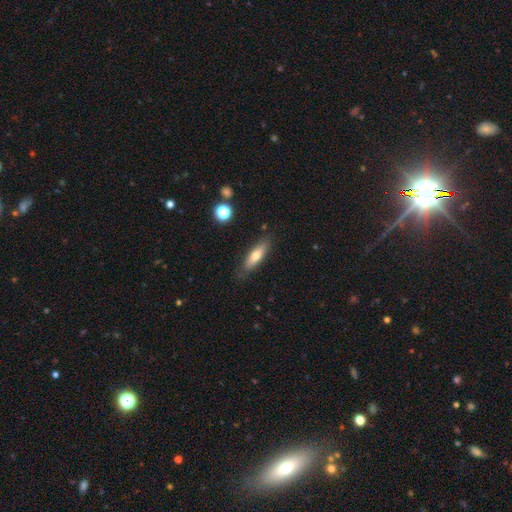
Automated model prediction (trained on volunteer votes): Smooth or featured? smooth (66%)
How rounded? cigar-shaped (61%)
Merging? none (82%)